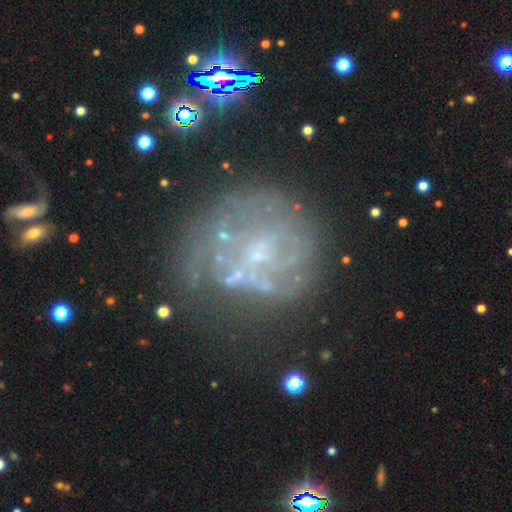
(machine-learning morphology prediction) smooth_or_featured: featured or disk (p=0.65) [alt: smooth p=0.19]
disk_edge_on: no (p=0.98) [alt: yes p=0.02]
bar: no (p=0.73) [alt: weak p=0.21]
has_spiral_arms: no (p=0.54) [alt: yes p=0.46]
bulge_size: small (p=0.49) [alt: none p=0.37]
merging: none (p=0.53) [alt: major disturbance p=0.21]